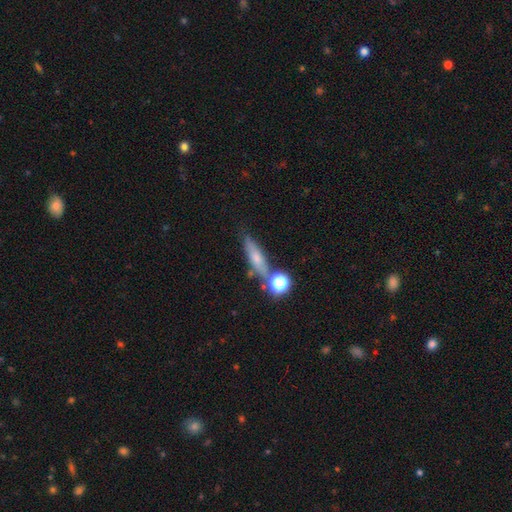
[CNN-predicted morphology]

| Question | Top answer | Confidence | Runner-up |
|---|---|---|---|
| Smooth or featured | smooth | 46% | featured or disk (37%) |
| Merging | none | 65% | minor disturbance (15%) |